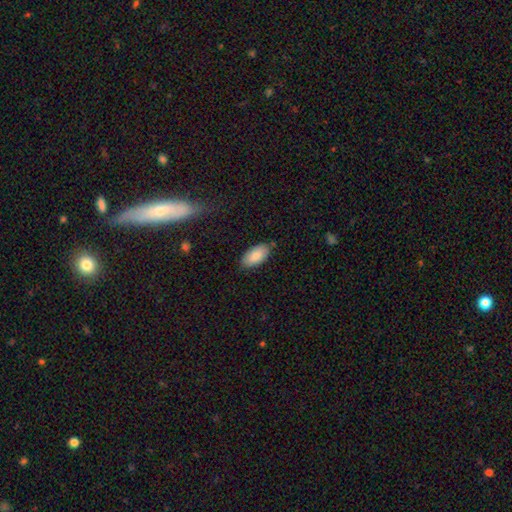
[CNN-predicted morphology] Smooth or featured? Predicted: smooth (p=0.87). How rounded? Predicted: in between (p=0.94). Merging? Predicted: none (p=0.81).